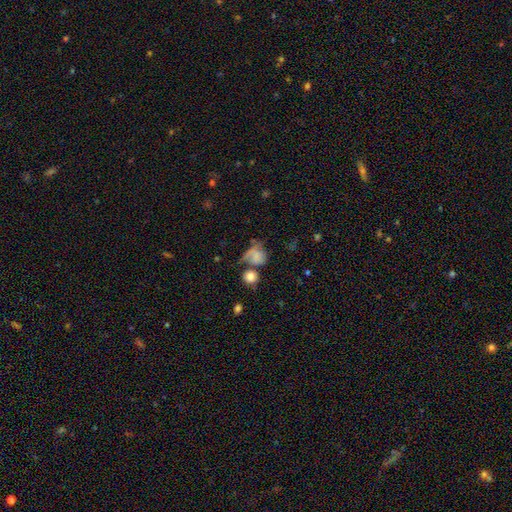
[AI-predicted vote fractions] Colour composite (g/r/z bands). It shows a smooth galaxy with no disk features (64%) that is round (62%). Merging: none (31%).